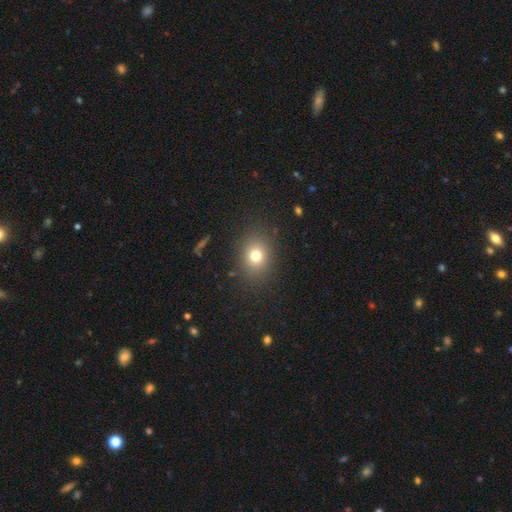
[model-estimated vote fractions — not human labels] Smooth or featured? smooth (75%)
How rounded? round (54%)
Merging? none (86%)